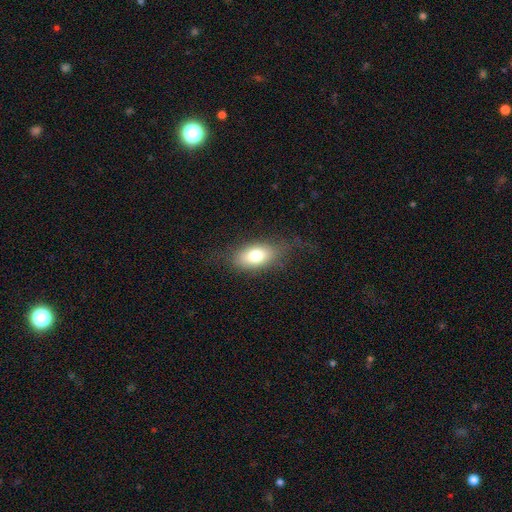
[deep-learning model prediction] Smooth or featured? Predicted: smooth (p=0.75). How rounded? Predicted: in between (p=0.88). Merging? Predicted: none (p=0.72).